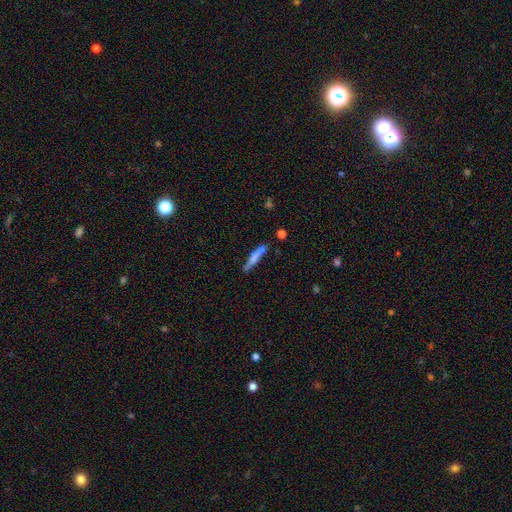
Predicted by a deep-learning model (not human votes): A smooth galaxy with no disk features (64%) that is cigar-shaped (91%).

Vote fractions:
- Smooth or featured? smooth: 64% / featured or disk: 29% / star or artifact: 7%
- How rounded? cigar-shaped: 91% / in between: 7% / round: 2%
- Merging? none: 64% / minor disturbance: 18% / merger: 13% / major disturbance: 5%